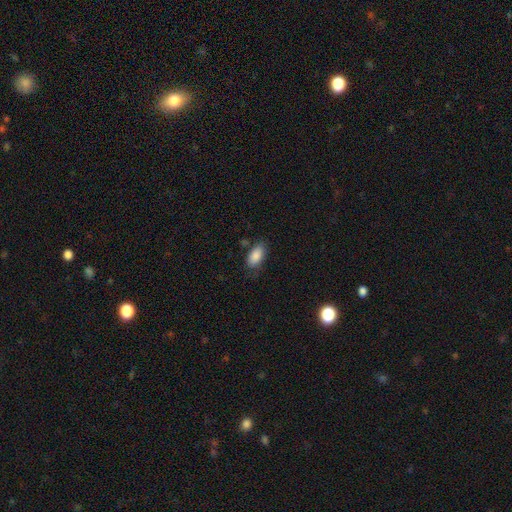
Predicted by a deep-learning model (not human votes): Overall: smooth (87%). How rounded: in between (92%). Merging: none (73%).